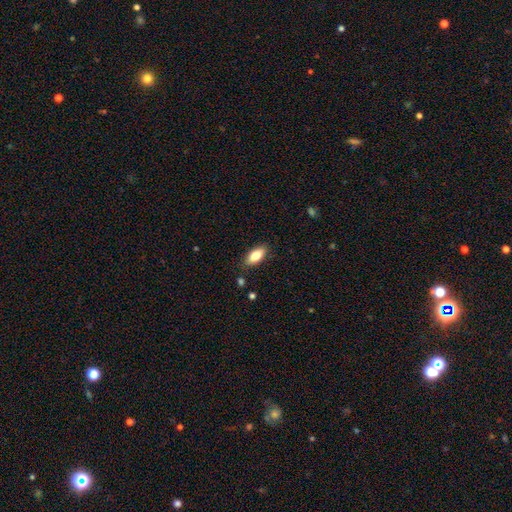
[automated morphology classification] Overall: smooth (79%). How rounded: in between (86%). Merging: none (85%).